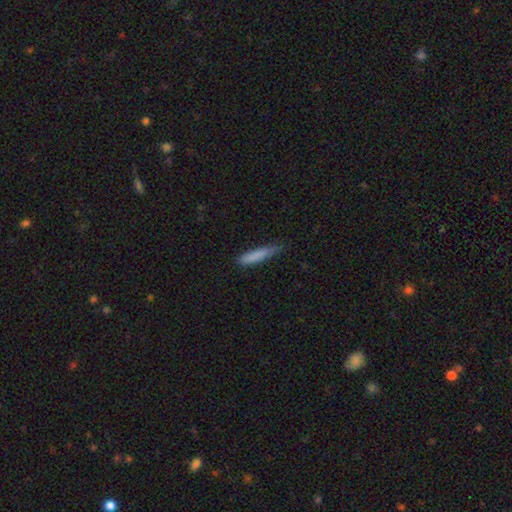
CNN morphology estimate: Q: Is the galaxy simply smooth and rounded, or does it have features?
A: smooth — 83%.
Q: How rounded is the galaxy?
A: cigar-shaped — 89%.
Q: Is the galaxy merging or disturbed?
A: none — 68%.